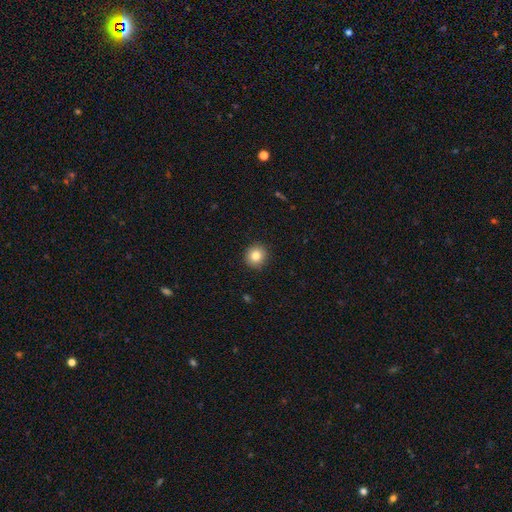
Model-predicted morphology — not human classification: Smooth or featured?
  - smooth: 83% *
  - star or artifact: 10%
  - featured or disk: 7%
How rounded?
  - round: 92% *
  - in between: 7%
  - cigar-shaped: 1%
Merging?
  - none: 91% *
  - minor disturbance: 6%
  - major disturbance: 2%
  - merger: 1%